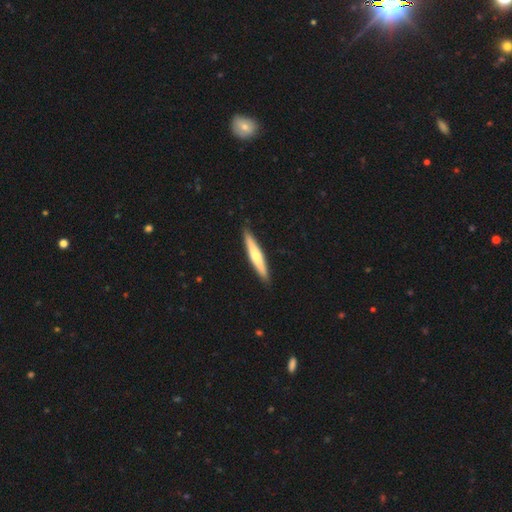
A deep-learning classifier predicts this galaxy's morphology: Smooth or featured?
  - smooth: 49% *
  - featured or disk: 46%
  - star or artifact: 5%
Merging?
  - none: 90% *
  - minor disturbance: 7%
  - major disturbance: 1%
  - merger: 1%